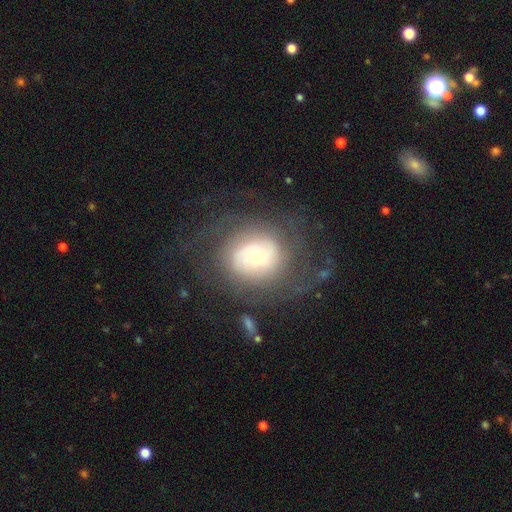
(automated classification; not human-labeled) The model was most divided on "spiral arm count": can't tell: 42%, 2: 32%, 3: 9%, 4: 6%, 1: 5%, more than 4: 5%. More confident: edge-on disk — no (96%); spiral arms — yes (82%); bar — no (75%); smooth or featured — featured or disk (66%); merging — none (65%); bulge size — small (64%); spiral winding — tight (54%).